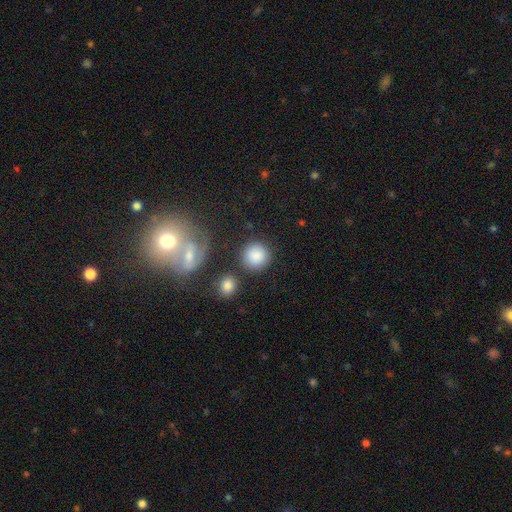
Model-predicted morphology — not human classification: smooth 85%, star or artifact 8%, featured or disk 7%. Down the decision tree: how rounded — round (91%); merging — none (78%).